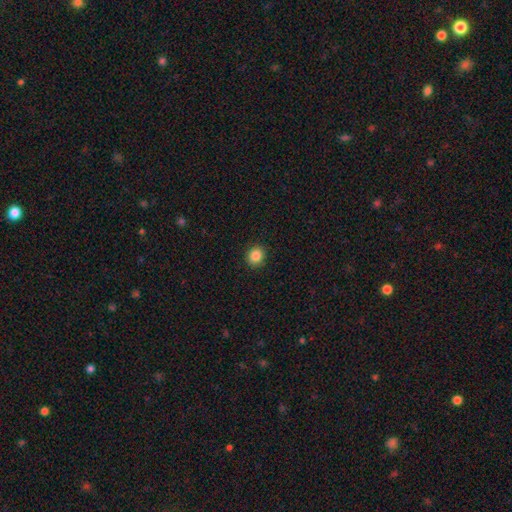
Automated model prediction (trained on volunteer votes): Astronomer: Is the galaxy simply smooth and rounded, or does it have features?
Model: smooth — 87%.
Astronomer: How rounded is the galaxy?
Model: round — 81%.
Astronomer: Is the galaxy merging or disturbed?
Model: none — 92%.